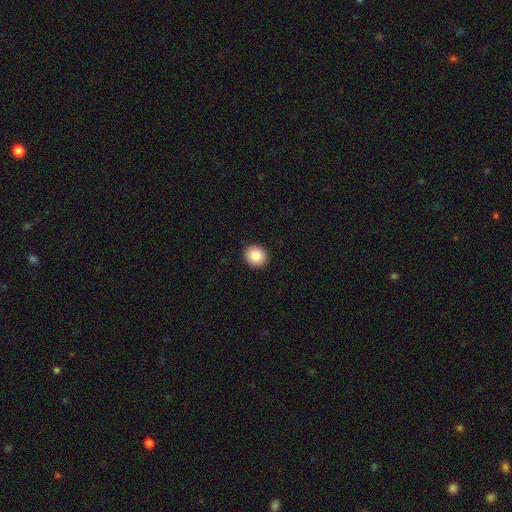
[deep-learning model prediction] smooth-or-featured: smooth: 86% | star or artifact: 8% | featured or disk: 6%
  how-rounded: round: 89% | in between: 10% | cigar-shaped: 1%
  merging: none: 92% | minor disturbance: 5% | major disturbance: 2% | merger: 1%